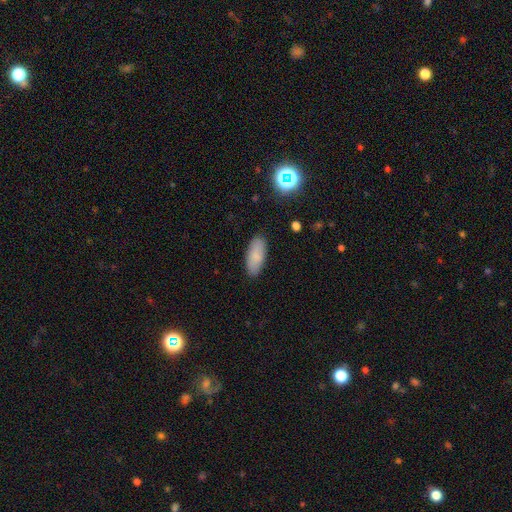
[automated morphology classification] type=smooth (84%); roundness=in between (82%); merging=none (88%).